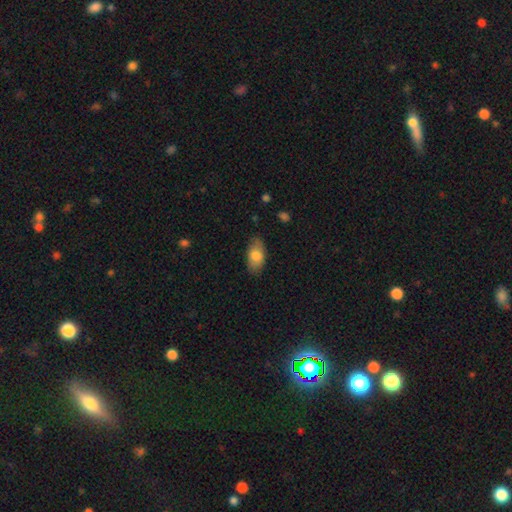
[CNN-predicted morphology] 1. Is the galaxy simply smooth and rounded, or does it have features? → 78% smooth, 16% featured or disk, 6% star or artifact.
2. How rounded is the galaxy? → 92% in between, 5% round, 3% cigar-shaped.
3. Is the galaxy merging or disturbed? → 78% none, 18% minor disturbance, 4% major disturbance, 1% merger.